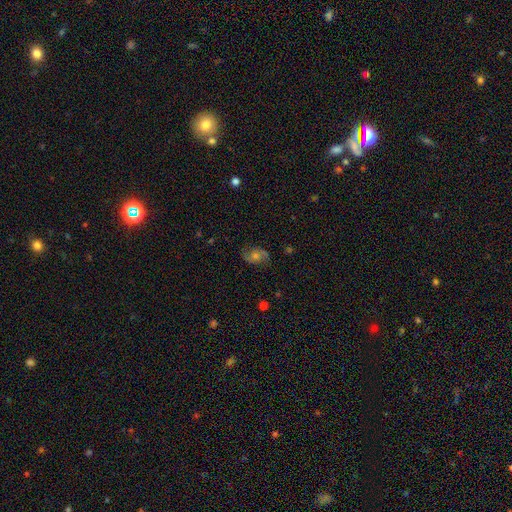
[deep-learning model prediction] The model was most divided on "spiral winding": medium: 51%, loose: 30%, tight: 19%. More confident: edge-on disk — no (97%); spiral arms — yes (94%); spiral arm count — 2 (90%); merging — none (81%); smooth or featured — featured or disk (74%); bar — no (68%); bulge size — moderate (57%).